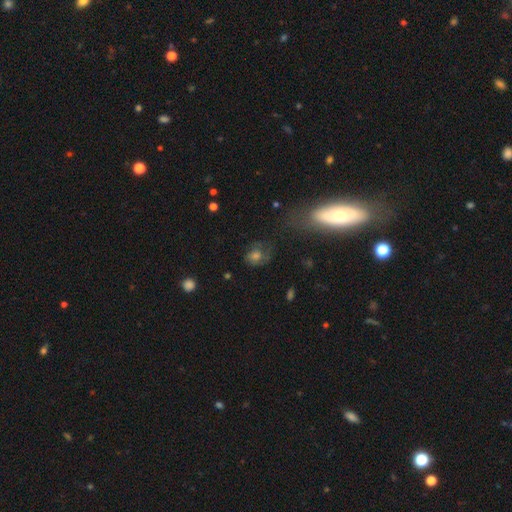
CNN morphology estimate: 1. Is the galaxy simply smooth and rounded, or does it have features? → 53% smooth, 27% featured or disk, 20% star or artifact.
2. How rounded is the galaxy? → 61% round, 37% in between, 2% cigar-shaped.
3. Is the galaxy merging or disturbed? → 53% none, 21% minor disturbance, 20% major disturbance, 5% merger.